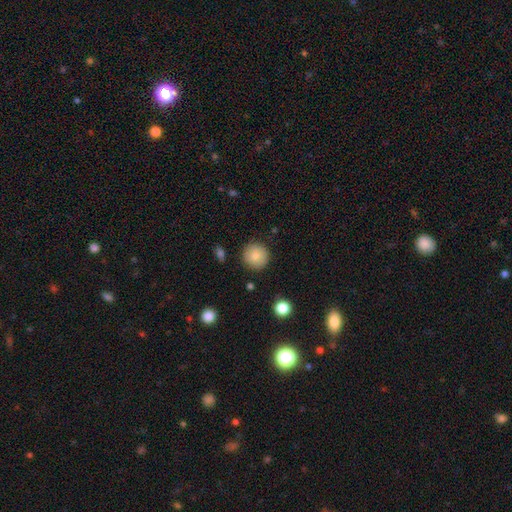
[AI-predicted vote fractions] Smooth or featured? Predicted: smooth (p=0.80). How rounded? Predicted: round (p=0.95). Merging? Predicted: none (p=0.89).